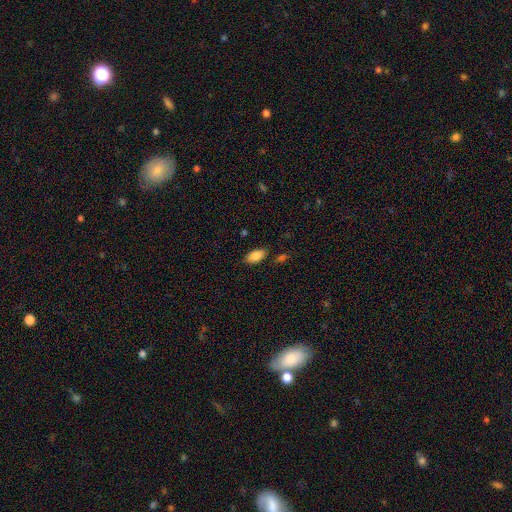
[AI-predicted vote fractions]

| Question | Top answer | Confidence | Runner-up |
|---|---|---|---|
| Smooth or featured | smooth | 86% | star or artifact (7%) |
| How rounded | in between | 93% | cigar-shaped (4%) |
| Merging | none | 82% | minor disturbance (12%) |